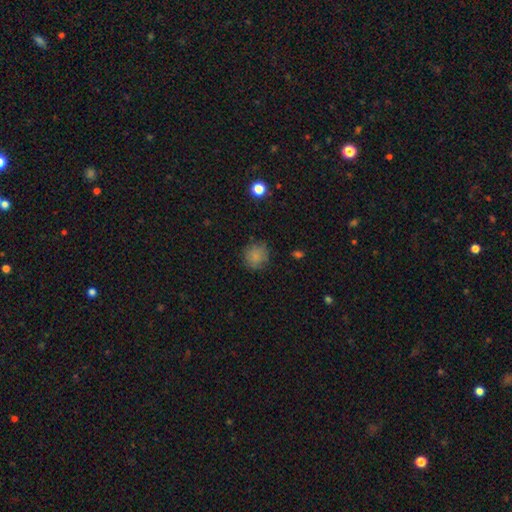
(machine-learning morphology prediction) This appears to be a smooth galaxy with no disk features (82%) that is round (88%). Merging: none (79%).